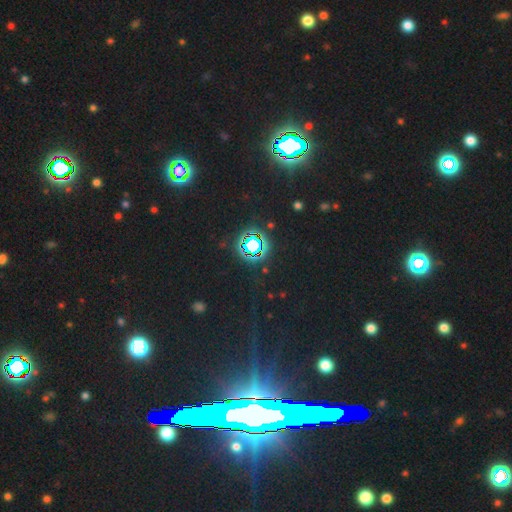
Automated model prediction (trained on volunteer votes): smooth-or-featured: star or artifact: 81% | smooth: 10% | featured or disk: 9%